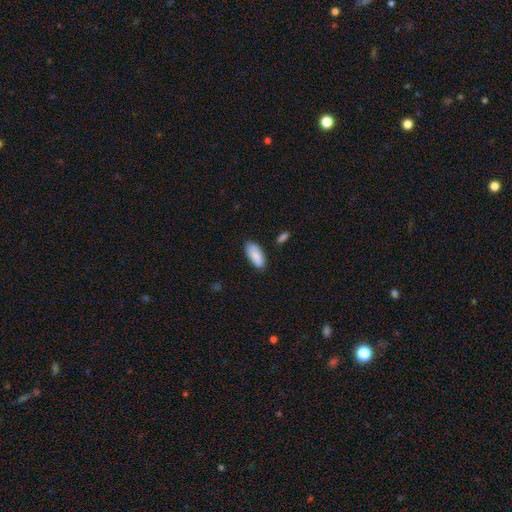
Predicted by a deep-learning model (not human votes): This appears to be a smooth galaxy with no disk features (86%) that is in between round and cigar-shaped (88%). Merging: none (77%).